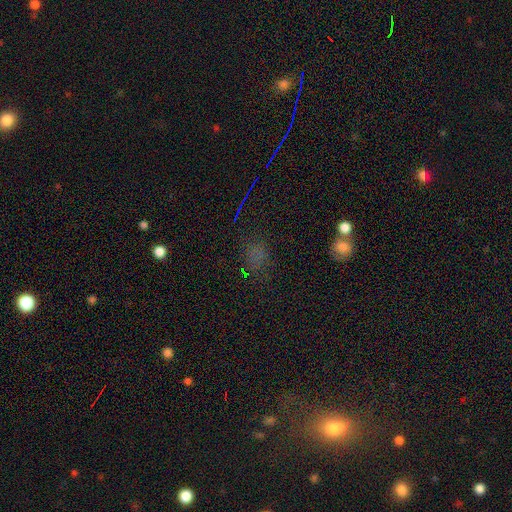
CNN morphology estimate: Smooth or featured? Predicted: star or artifact (p=0.45).